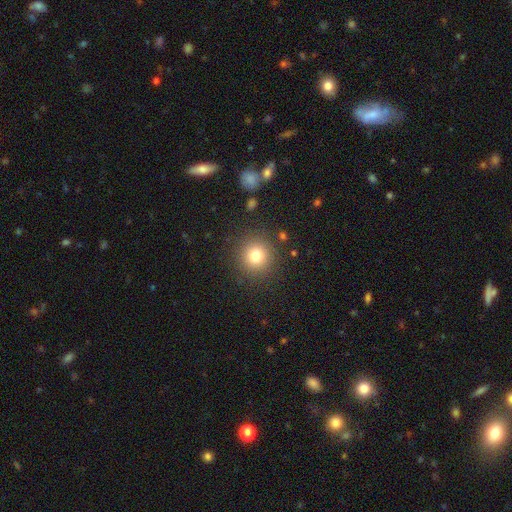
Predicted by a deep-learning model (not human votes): Morphology: type=smooth (78%); roundness=round (93%); merging=none (88%).